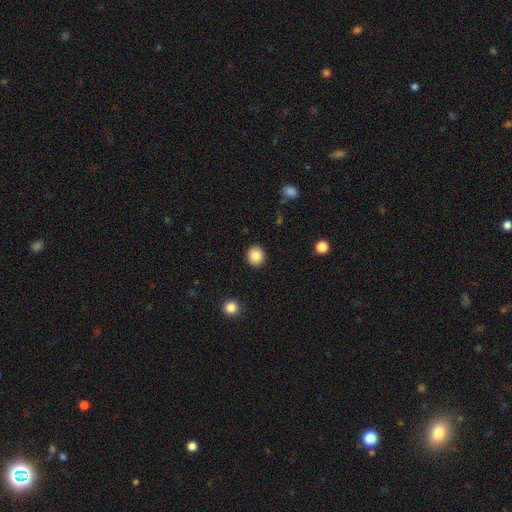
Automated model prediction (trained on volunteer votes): Smooth or featured? Predicted: smooth (p=0.86). How rounded? Predicted: round (p=0.87). Merging? Predicted: none (p=0.92).